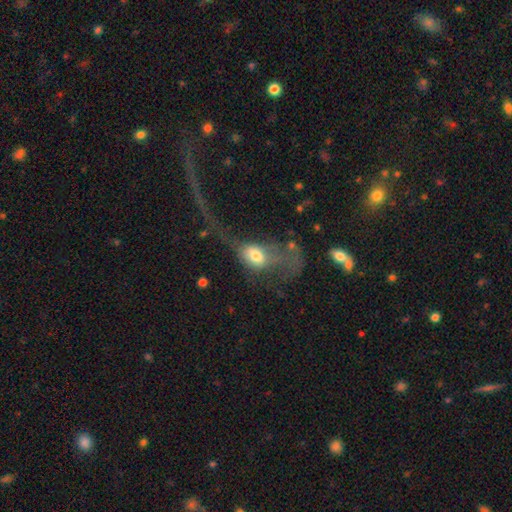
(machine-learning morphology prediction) Smooth or featured? smooth (53%)
How rounded? in between (76%)
Merging? major disturbance (64%)